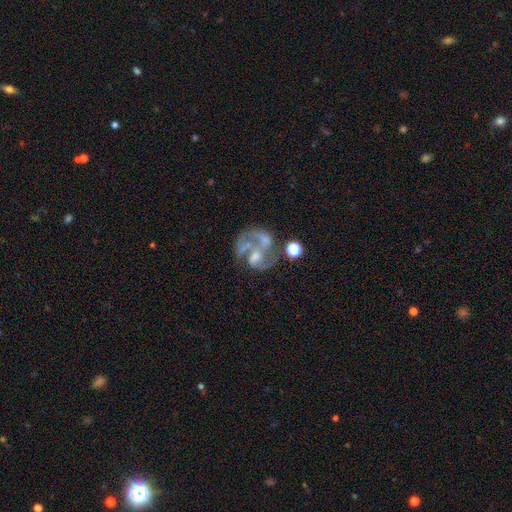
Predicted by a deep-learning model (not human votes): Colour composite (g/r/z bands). It shows a featured or disk galaxy (74%) with no bar (61%), 2 (54%) medium (45%) spiral arms (75%) and a moderate central bulge (36%). Merging: merger (33%).